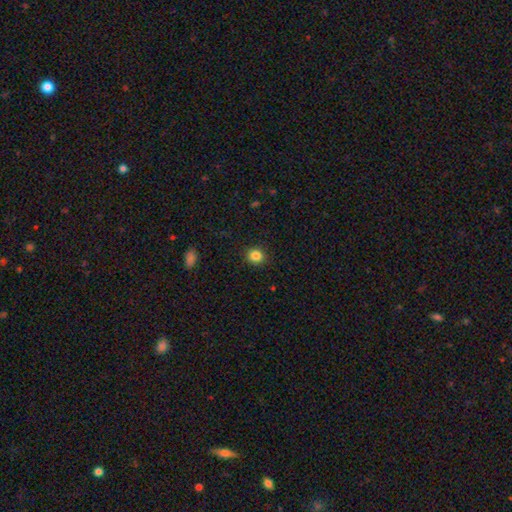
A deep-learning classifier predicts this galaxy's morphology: Smooth or featured? Predicted: smooth (p=0.84). How rounded? Predicted: round (p=0.84). Merging? Predicted: none (p=0.90).